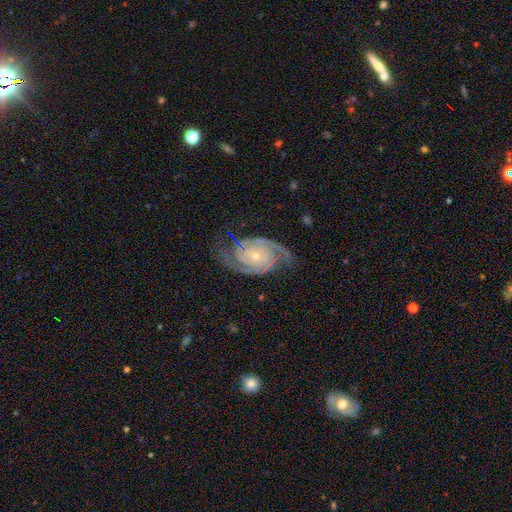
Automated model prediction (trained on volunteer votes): smooth-or-featured: featured or disk: 93% | star or artifact: 4% | smooth: 3%
  disk-edge-on: no: 97% | yes: 3%
    bar: no: 76% | weak: 17% | strong: 7%
    has-spiral-arms: yes: 98% | no: 2%
      spiral-winding: tight: 64% | medium: 31% | loose: 5%
      spiral-arm-count: 2: 76% | 3: 11% | can't tell: 5% | 4: 3% | more than 4: 3% | 1: 3%
    bulge-size: small: 61% | moderate: 36% | large: 2% | none: 1% | dominant: 1%
  merging: none: 76% | minor disturbance: 16% | major disturbance: 7% | merger: 1%